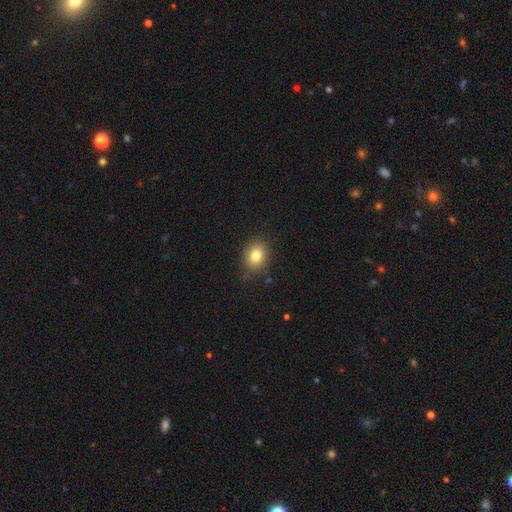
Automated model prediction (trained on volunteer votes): Smooth or featured: smooth — 80% (star or artifact — 11%)
How rounded: round — 63% (in between — 37%)
Merging: none — 85% (minor disturbance — 11%)